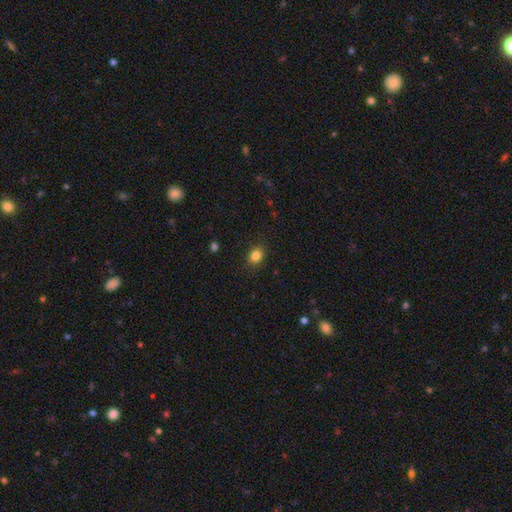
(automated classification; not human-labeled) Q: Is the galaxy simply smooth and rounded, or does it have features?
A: smooth — 84%.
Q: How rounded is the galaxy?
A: round — 55%.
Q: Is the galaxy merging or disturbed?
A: none — 88%.